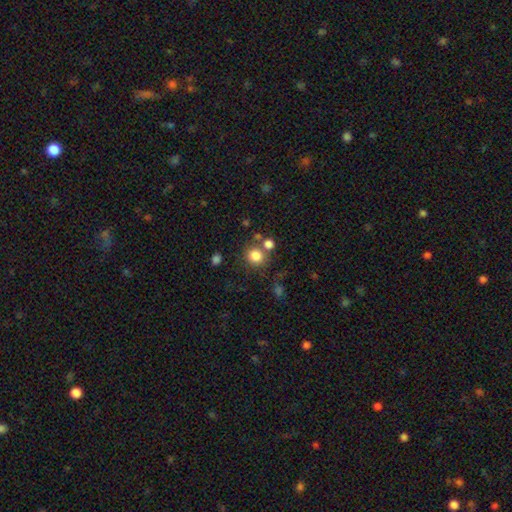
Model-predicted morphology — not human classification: Overall: smooth (82%). How rounded: round (87%). Merging: none (69%).